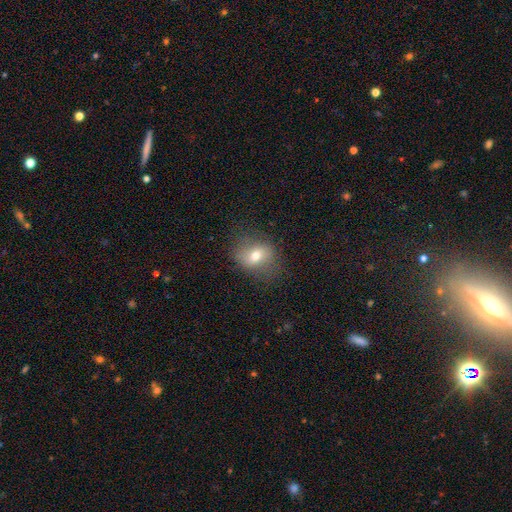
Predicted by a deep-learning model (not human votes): smooth-or-featured: smooth: 62% | featured or disk: 28% | star or artifact: 10%
  how-rounded: in between: 57% | round: 41% | cigar-shaped: 2%
  merging: none: 73% | minor disturbance: 17% | major disturbance: 8% | merger: 1%